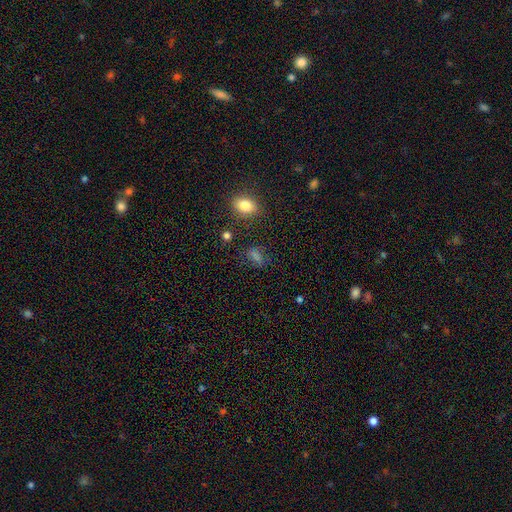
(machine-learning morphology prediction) A smooth galaxy with no disk features (64%) that is in between round and cigar-shaped (70%). Merging: none (74%).